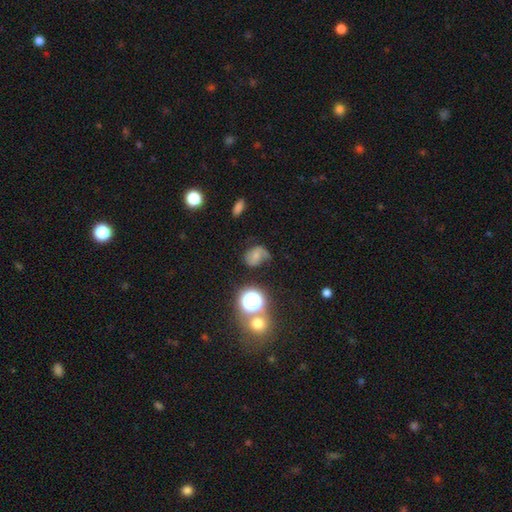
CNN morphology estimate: smooth-or-featured: featured or disk: 47% | smooth: 38% | star or artifact: 15%
  merging: none: 41% | minor disturbance: 30% | major disturbance: 24% | merger: 5%